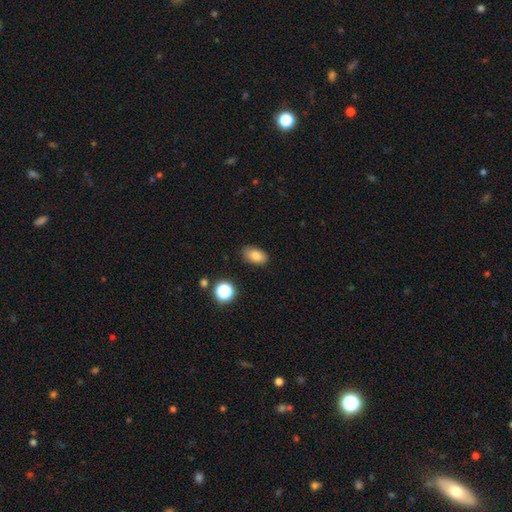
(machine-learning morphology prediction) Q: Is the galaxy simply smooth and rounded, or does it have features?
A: smooth — 83%.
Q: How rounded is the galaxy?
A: in between — 90%.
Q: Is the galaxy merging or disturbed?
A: none — 84%.